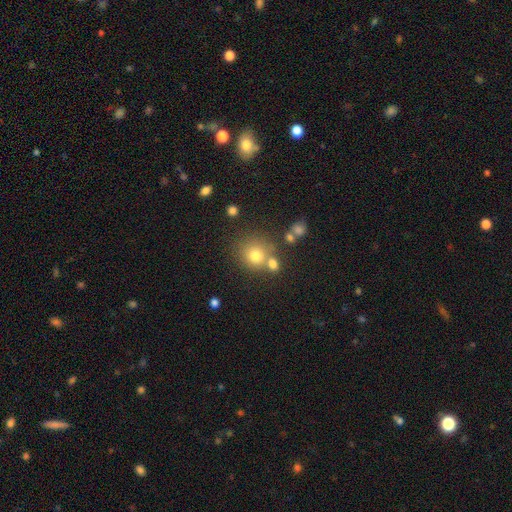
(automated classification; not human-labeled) smooth_or_featured: smooth (p=0.74) [alt: star or artifact p=0.15]
how_rounded: round (p=0.87) [alt: in between p=0.12]
merging: none (p=0.62) [alt: merger p=0.23]